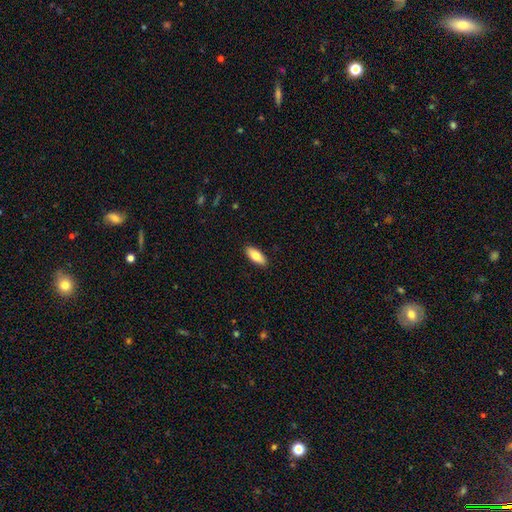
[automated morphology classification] Overall: smooth (79%). How rounded: in between (81%). Merging: none (90%).